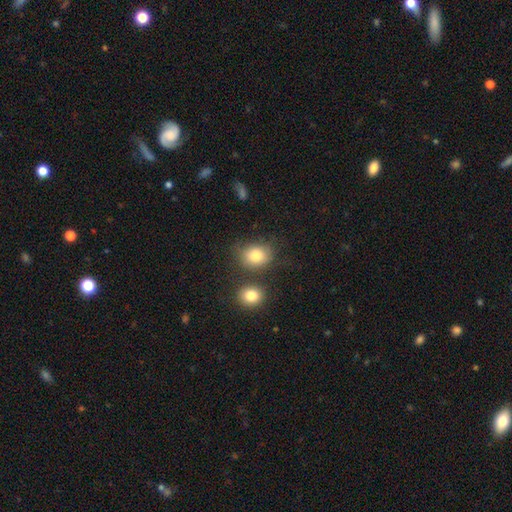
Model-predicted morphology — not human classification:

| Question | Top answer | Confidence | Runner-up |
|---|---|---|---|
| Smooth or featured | smooth | 82% | star or artifact (9%) |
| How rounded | round | 56% | in between (43%) |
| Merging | none | 65% | minor disturbance (15%) |